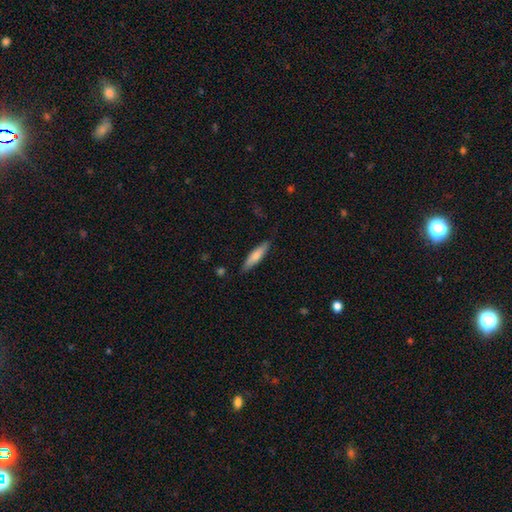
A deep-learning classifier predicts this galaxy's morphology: A smooth galaxy with no disk features (71%) that is cigar-shaped (79%). Merging: none (85%).